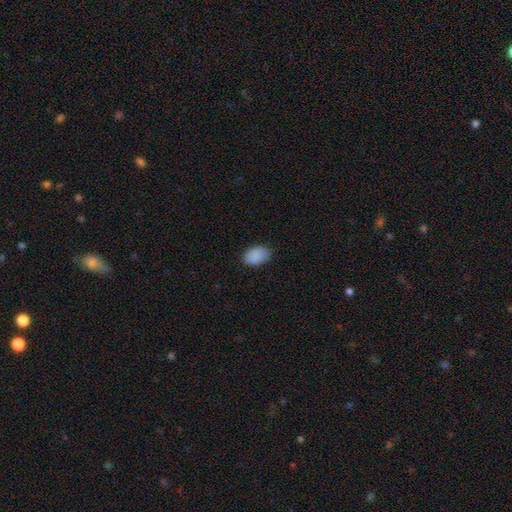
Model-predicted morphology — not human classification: Overall: smooth (90%). How rounded: in between (86%). Merging: none (84%).